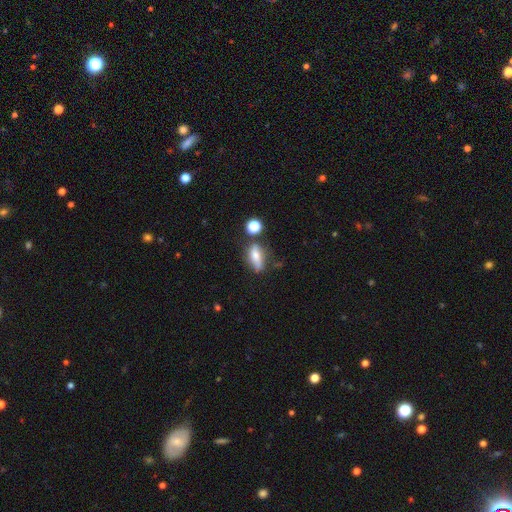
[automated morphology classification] smooth-or-featured: smooth: 60% | featured or disk: 29% | star or artifact: 11%
  how-rounded: in between: 66% | cigar-shaped: 26% | round: 8%
  merging: none: 53% | minor disturbance: 25% | merger: 11% | major disturbance: 11%